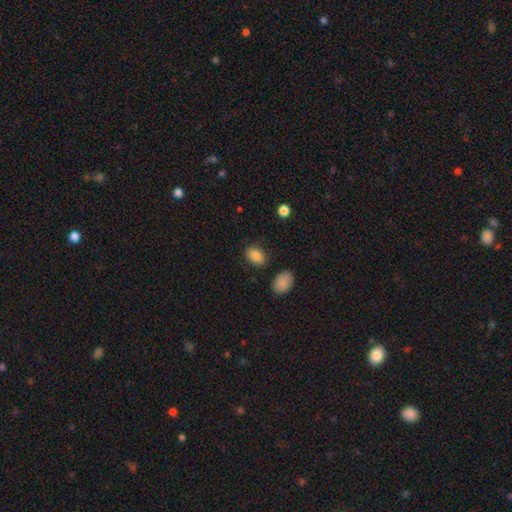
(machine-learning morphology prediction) A smooth galaxy with no disk features (85%) that is in between round and cigar-shaped (81%).

Vote fractions:
- Smooth or featured? smooth: 85% / star or artifact: 9% / featured or disk: 6%
- How rounded? in between: 81% / round: 17% / cigar-shaped: 1%
- Merging? none: 83% / minor disturbance: 11% / major disturbance: 3% / merger: 3%